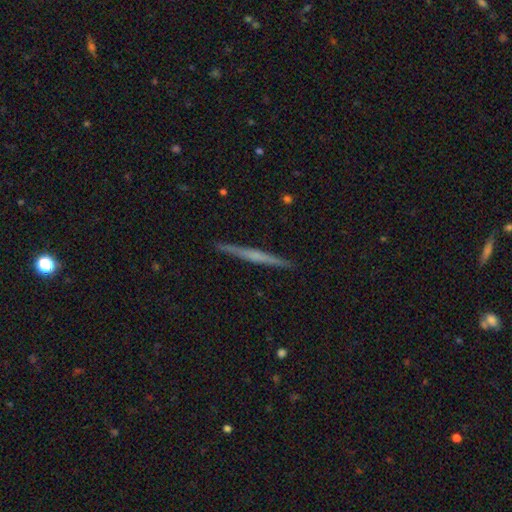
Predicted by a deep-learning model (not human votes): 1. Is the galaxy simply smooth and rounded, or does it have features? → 60% featured or disk, 34% smooth, 6% star or artifact.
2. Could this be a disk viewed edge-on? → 98% yes, 2% no.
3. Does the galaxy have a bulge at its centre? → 65% none, 25% rounded, 10% boxy.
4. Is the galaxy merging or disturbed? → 92% none, 5% minor disturbance, 1% major disturbance, 1% merger.